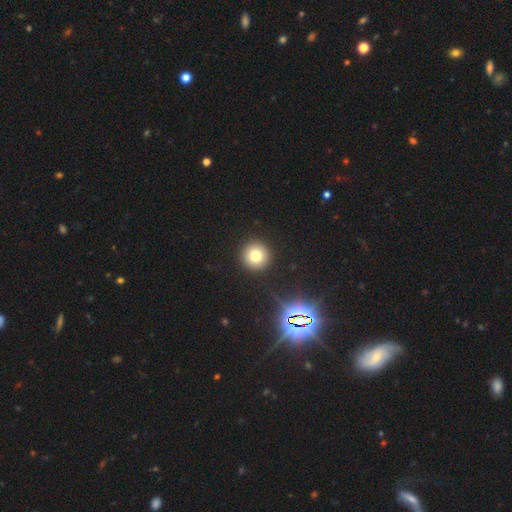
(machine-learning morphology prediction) The model was most divided on "smooth or featured": smooth: 76%, star or artifact: 15%, featured or disk: 9%. More confident: how rounded — round (95%); merging — none (92%).